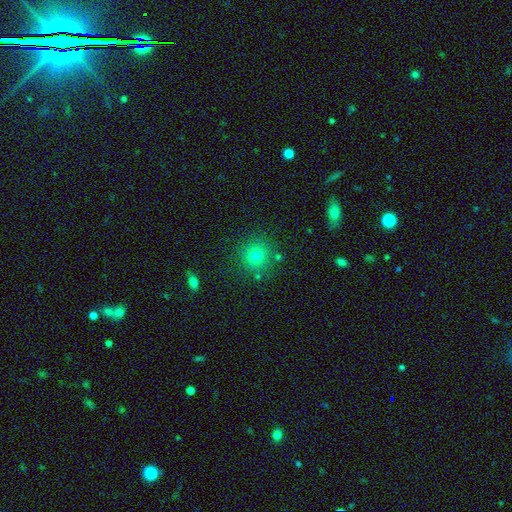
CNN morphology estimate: type=smooth (77%); roundness=round (93%); merging=none (84%).